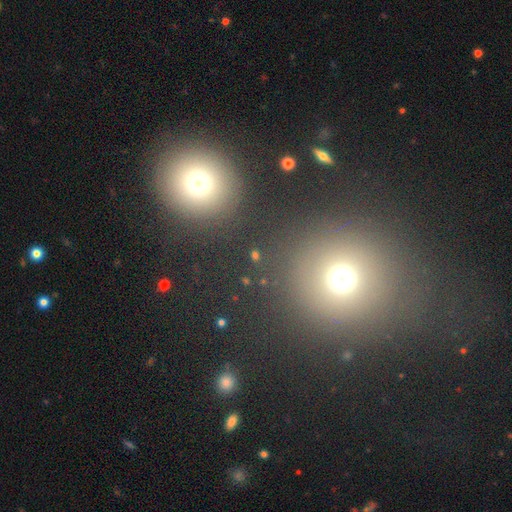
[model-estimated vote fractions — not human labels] This appears to be a smooth galaxy with no disk features (57%) that is round (90%). Merging: none (82%).